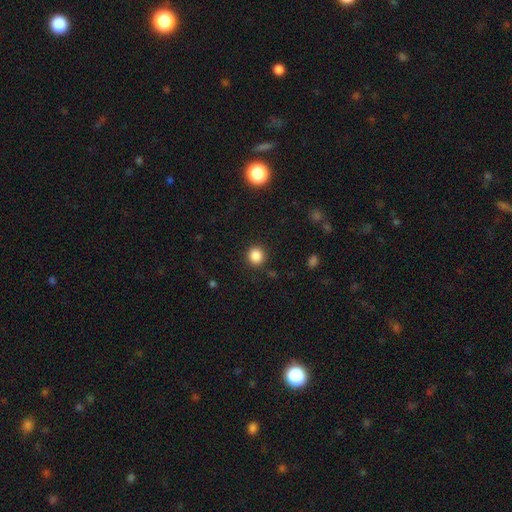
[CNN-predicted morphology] type=smooth (86%); roundness=round (90%); merging=none (90%).